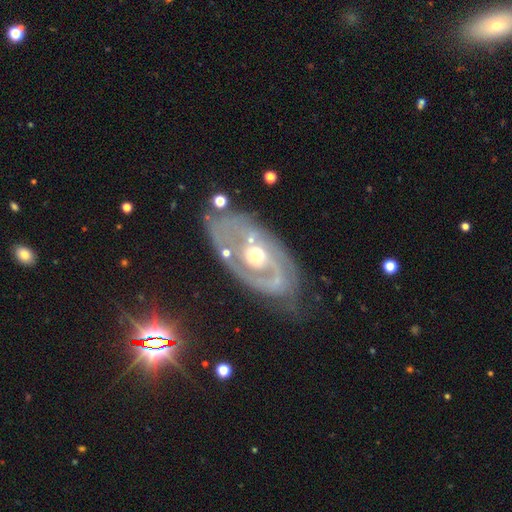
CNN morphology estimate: type=featured or disk (84%); edge-on=no (95%); bar=no (76%); spiral arms=yes (83%); winding=tight (54%); arm count=2 (55%); bulge=moderate (64%); merging=none (63%).